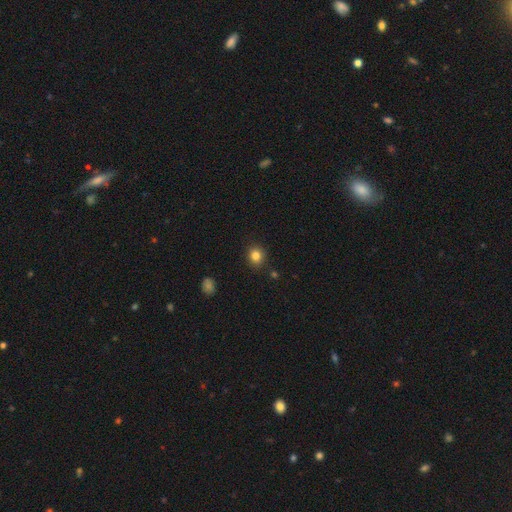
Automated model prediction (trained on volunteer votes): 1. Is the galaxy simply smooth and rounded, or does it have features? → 83% smooth, 12% star or artifact, 5% featured or disk.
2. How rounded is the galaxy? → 78% round, 21% in between, 1% cigar-shaped.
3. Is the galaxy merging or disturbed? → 88% none, 8% minor disturbance, 2% major disturbance, 2% merger.